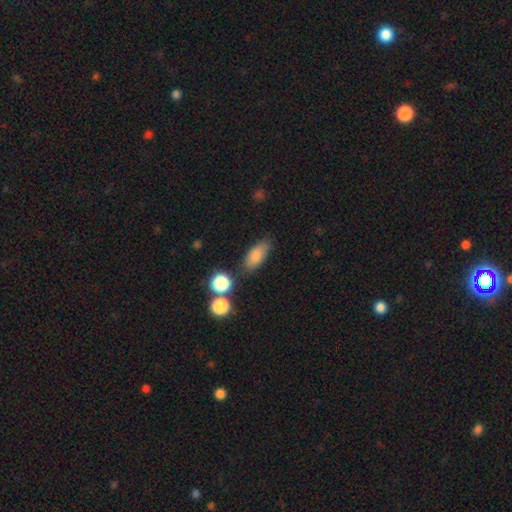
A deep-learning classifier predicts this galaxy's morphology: The model was most divided on "merging": none: 75%, minor disturbance: 15%, merger: 6%, major disturbance: 4%. More confident: smooth or featured — smooth (82%); how rounded — in between (79%).